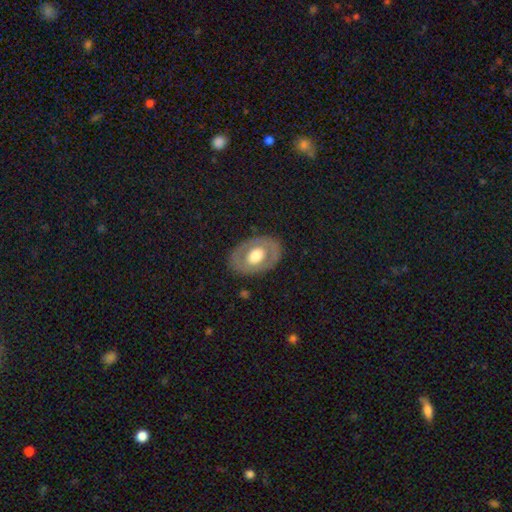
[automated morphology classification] The model was most divided on "smooth or featured": featured or disk: 48%, smooth: 47%, star or artifact: 6%. More confident: merging — none (82%).